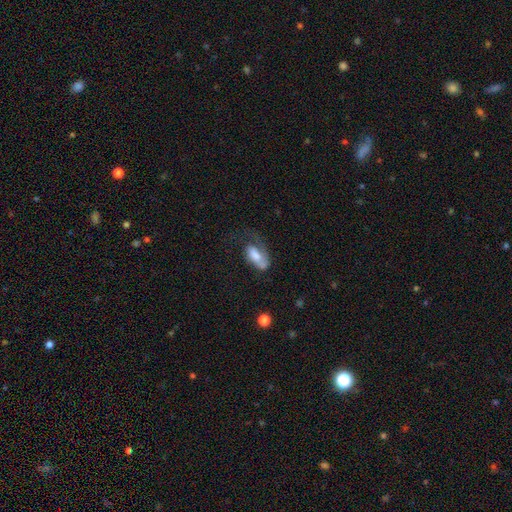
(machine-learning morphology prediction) The model was most divided on "merging": major disturbance: 43%, none: 28%, minor disturbance: 23%, merger: 5%. More confident: how rounded — in between (87%); smooth or featured — smooth (57%).